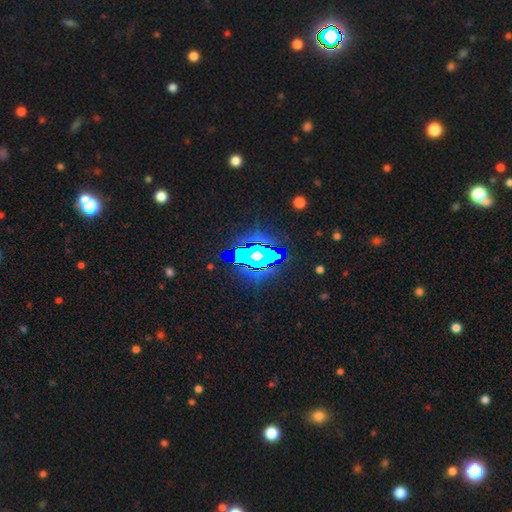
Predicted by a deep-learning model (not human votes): Morphology: type=star or artifact (70%).